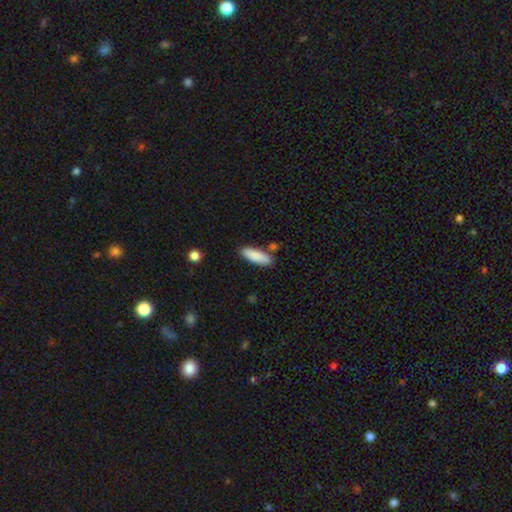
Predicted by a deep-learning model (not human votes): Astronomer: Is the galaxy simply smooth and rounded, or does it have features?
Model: smooth — 87%.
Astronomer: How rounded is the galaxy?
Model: in between — 54% (runner-up: cigar-shaped, 45%).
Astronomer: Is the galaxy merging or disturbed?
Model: none — 80%.